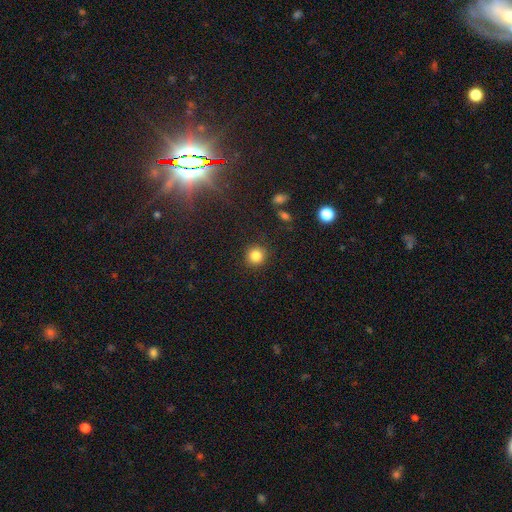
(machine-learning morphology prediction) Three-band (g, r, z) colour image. It shows a smooth galaxy with no disk features (85%) that is round (93%). Merging: none (90%).